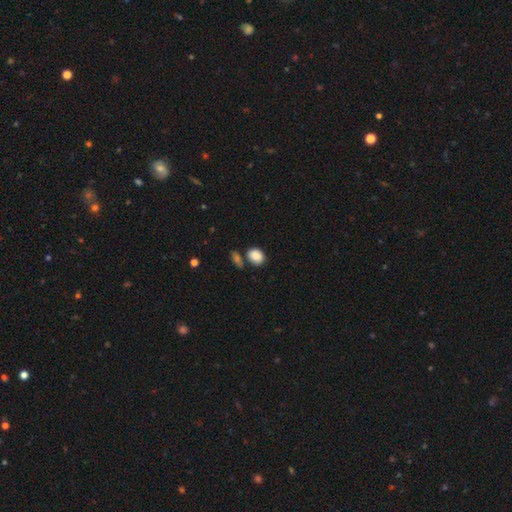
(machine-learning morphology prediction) Smooth or featured?
  - smooth: 87% *
  - star or artifact: 8%
  - featured or disk: 5%
How rounded?
  - in between: 60% *
  - round: 39%
  - cigar-shaped: 1%
Merging?
  - none: 66% *
  - merger: 15%
  - minor disturbance: 14%
  - major disturbance: 4%